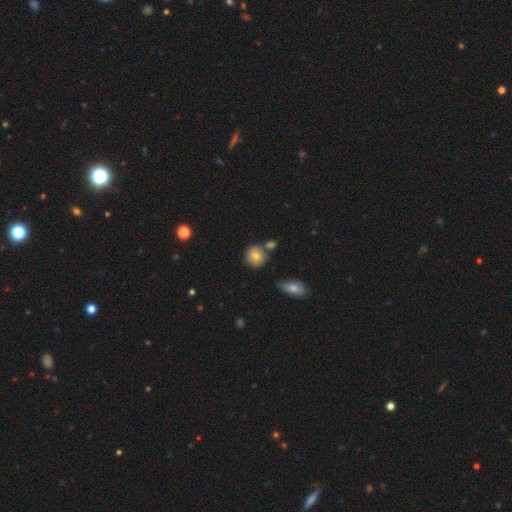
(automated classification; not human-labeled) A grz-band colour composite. It shows a smooth galaxy with no disk features (77%) that is round (89%). Merging: none (72%).